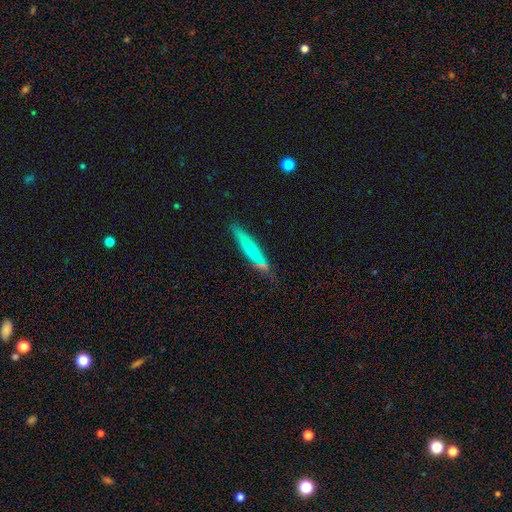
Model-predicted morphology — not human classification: Smooth or featured? Predicted: smooth (p=0.66). How rounded? Predicted: cigar-shaped (p=0.88). Merging? Predicted: none (p=0.75).